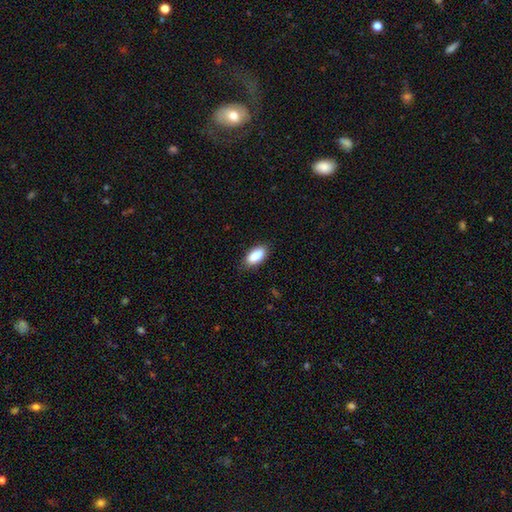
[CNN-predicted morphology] smooth 89%, star or artifact 7%, featured or disk 4%. Down the decision tree: how rounded — in between (91%); merging — none (84%).